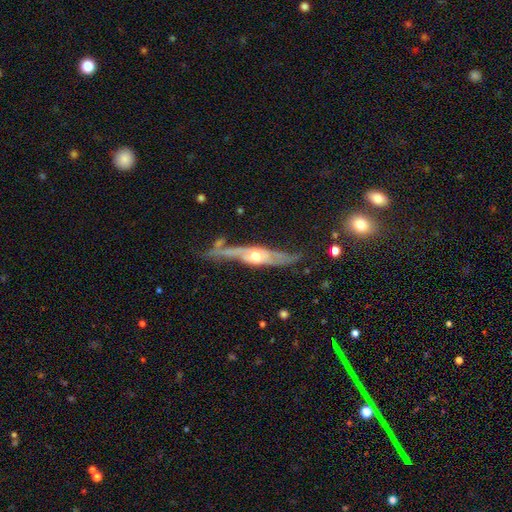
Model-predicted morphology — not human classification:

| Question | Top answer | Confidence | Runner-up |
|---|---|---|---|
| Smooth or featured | featured or disk | 78% | smooth (18%) |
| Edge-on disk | yes | 65% | no (35%) |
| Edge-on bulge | rounded | 86% | none (8%) |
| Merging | none | 59% | minor disturbance (23%) |